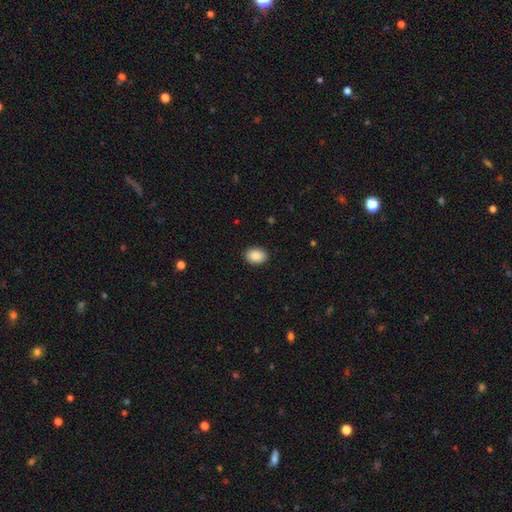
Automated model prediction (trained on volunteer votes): A smooth galaxy with no disk features (89%) that is in between round and cigar-shaped (73%). Merging: none (90%).